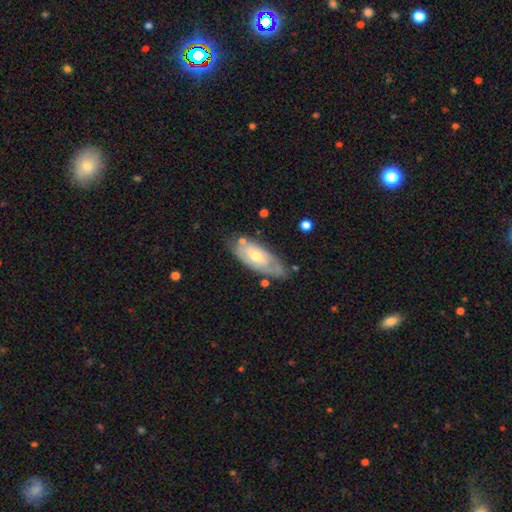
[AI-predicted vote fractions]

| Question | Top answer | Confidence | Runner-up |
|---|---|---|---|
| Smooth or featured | featured or disk | 52% | smooth (42%) |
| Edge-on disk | no | 82% | yes (18%) |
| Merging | none | 63% | minor disturbance (25%) |